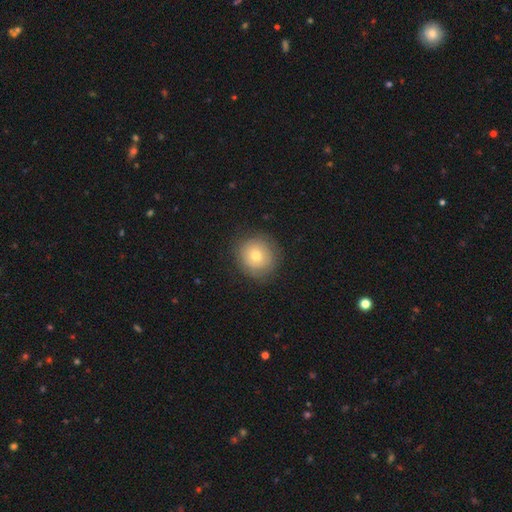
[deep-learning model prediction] This is likely a smooth galaxy (70%). How rounded: clearly round (91%). Merging: clearly none (85%).